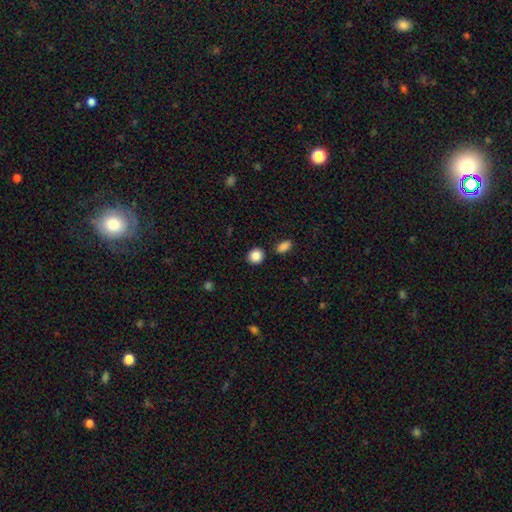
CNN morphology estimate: Q: Smooth or featured?
A: smooth (87%); runner-up: star or artifact (9%)
Q: How rounded?
A: round (82%); runner-up: in between (17%)
Q: Merging?
A: none (86%); runner-up: minor disturbance (7%)